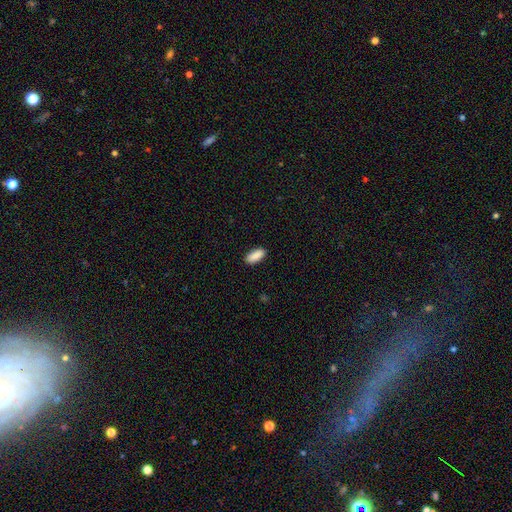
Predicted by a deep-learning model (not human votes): smooth_or_featured: smooth (p=0.90) [alt: star or artifact p=0.06]
how_rounded: in between (p=0.85) [alt: cigar-shaped p=0.13]
merging: none (p=0.89) [alt: minor disturbance p=0.08]